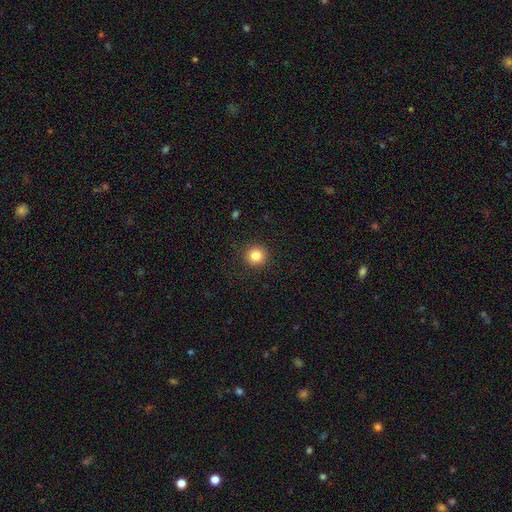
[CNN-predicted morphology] Smooth or featured: smooth — 84% (star or artifact — 10%)
How rounded: round — 94% (in between — 5%)
Merging: none — 91% (minor disturbance — 6%)